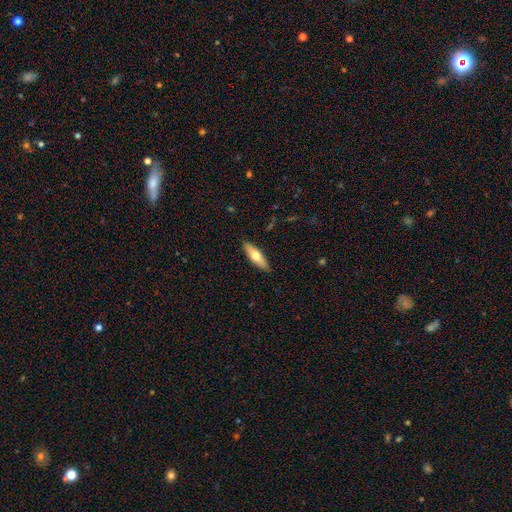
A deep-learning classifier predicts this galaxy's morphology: Smooth or featured: smooth — 62% (featured or disk — 33%)
How rounded: in between — 49% (tied with cigar-shaped — 49%)
Merging: none — 88% (minor disturbance — 9%)